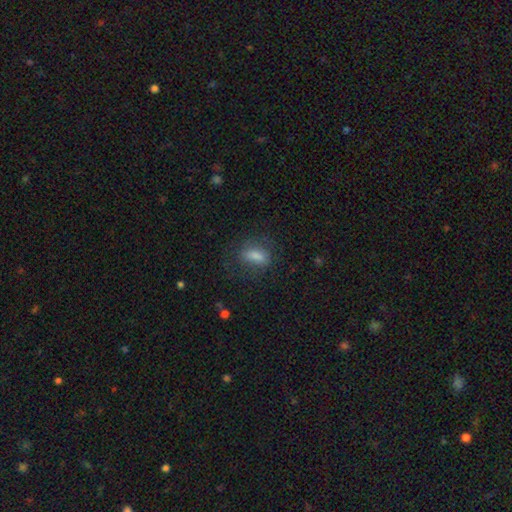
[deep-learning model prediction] A smooth galaxy with no disk features (73%) that is in between round and cigar-shaped (71%). Merging: none (71%).